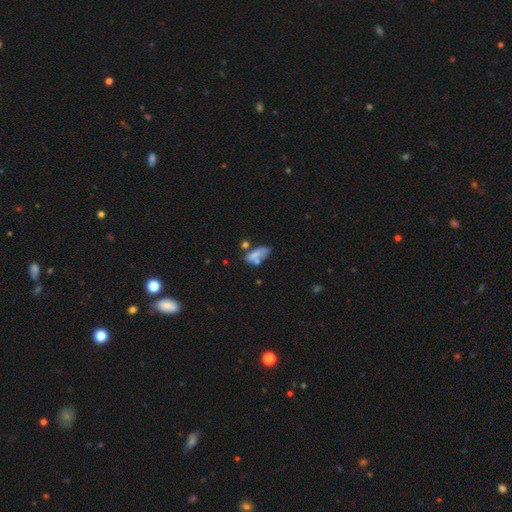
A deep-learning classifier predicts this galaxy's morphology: This appears to be a smooth galaxy with no disk features (64%) that is in between round and cigar-shaped (80%). Merging: none (36%).